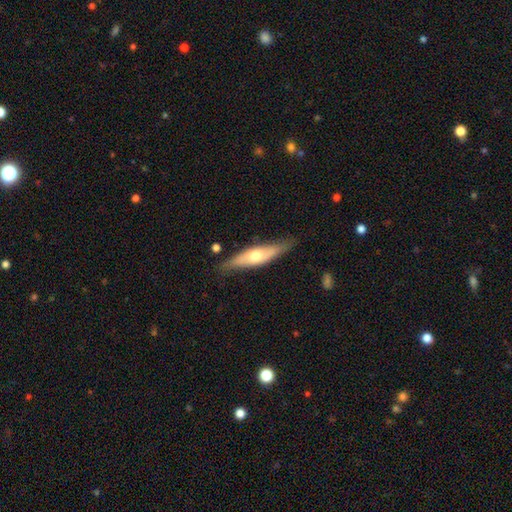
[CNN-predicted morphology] smooth_or_featured: featured or disk (p=0.51) [alt: smooth p=0.43]
disk_edge_on: yes (p=0.74) [alt: no p=0.26]
merging: none (p=0.78) [alt: minor disturbance p=0.17]